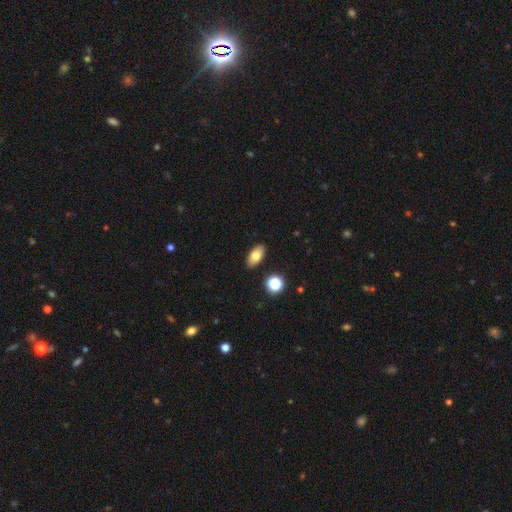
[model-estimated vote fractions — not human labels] Smooth or featured?
  - smooth: 77% *
  - featured or disk: 14%
  - star or artifact: 9%
How rounded?
  - in between: 90% *
  - round: 6%
  - cigar-shaped: 4%
Merging?
  - none: 89% *
  - minor disturbance: 7%
  - merger: 2%
  - major disturbance: 2%